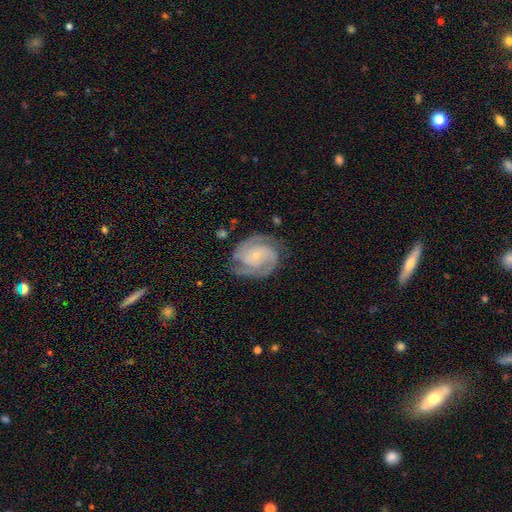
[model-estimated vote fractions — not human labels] Smooth or featured?
  - featured or disk: 90% *
  - smooth: 5%
  - star or artifact: 5%
Edge-on disk?
  - no: 98% *
  - yes: 2%
Bar?
  - no: 68% *
  - weak: 24%
  - strong: 8%
Spiral arms?
  - yes: 98% *
  - no: 2%
Spiral winding?
  - tight: 56% *
  - medium: 38%
  - loose: 6%
Spiral arm count?
  - 2: 66% *
  - 3: 18%
  - can't tell: 7%
  - 4: 3%
  - 1: 3%
  - more than 4: 3%
Bulge size?
  - small: 77% *
  - moderate: 19%
  - none: 2%
  - large: 1%
  - dominant: 1%
Merging?
  - none: 77% *
  - minor disturbance: 16%
  - major disturbance: 6%
  - merger: 1%